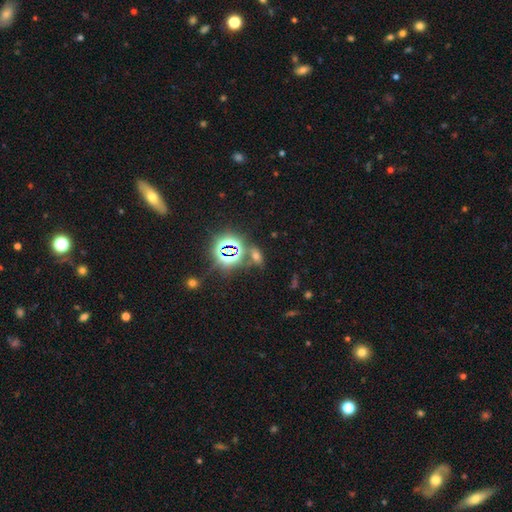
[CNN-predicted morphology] star or artifact 72%, smooth 17%, featured or disk 11%.